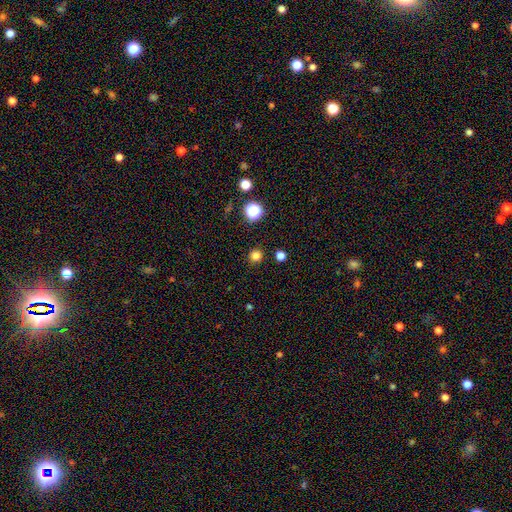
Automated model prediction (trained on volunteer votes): Smooth or featured?
  - smooth: 80% *
  - star or artifact: 16%
  - featured or disk: 4%
How rounded?
  - round: 94% *
  - in between: 5%
  - cigar-shaped: 1%
Merging?
  - none: 91% *
  - minor disturbance: 5%
  - major disturbance: 2%
  - merger: 2%